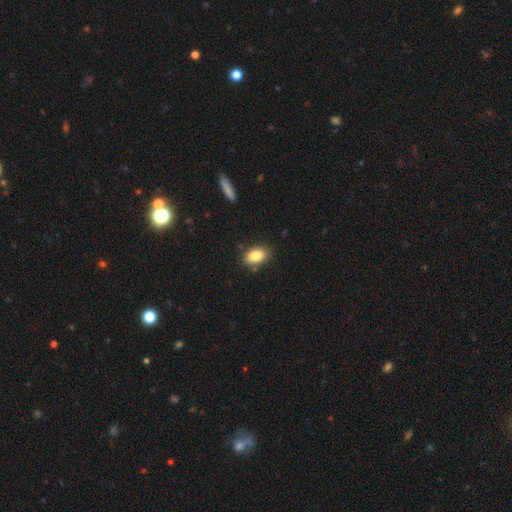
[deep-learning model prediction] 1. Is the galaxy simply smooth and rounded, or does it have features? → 86% smooth, 8% star or artifact, 6% featured or disk.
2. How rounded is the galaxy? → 90% in between, 8% round, 2% cigar-shaped.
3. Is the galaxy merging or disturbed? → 83% none, 12% minor disturbance, 3% major disturbance, 2% merger.